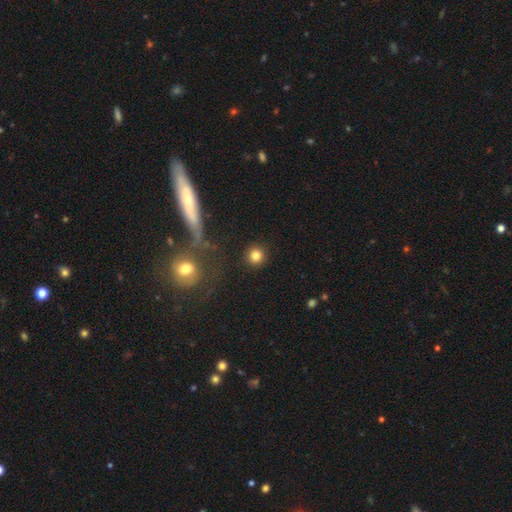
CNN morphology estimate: Overall: smooth (81%). How rounded: round (94%). Merging: none (90%).